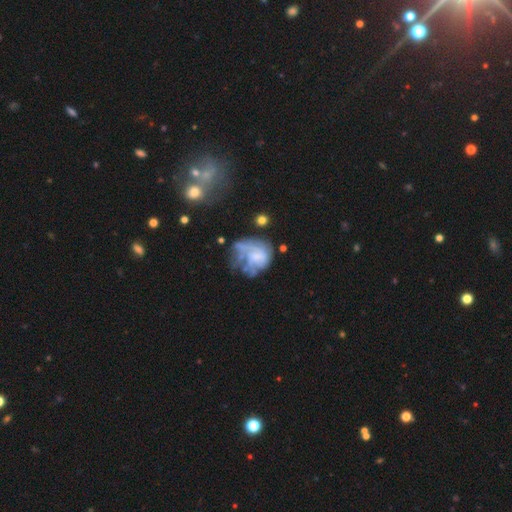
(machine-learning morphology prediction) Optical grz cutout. It shows a featured or disk galaxy (59%) with no bar (76%), no spiral arms (52%) and no central bulge (56%). Merging: major disturbance (37%).